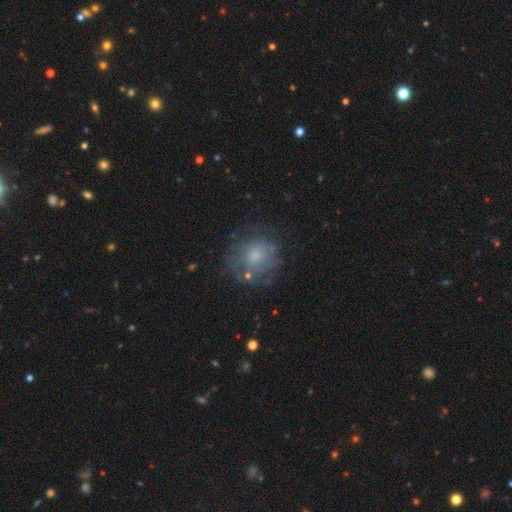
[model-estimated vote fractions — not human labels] The model was most divided on "smooth or featured": smooth: 49%, featured or disk: 39%, star or artifact: 12%. More confident: merging — none (62%).